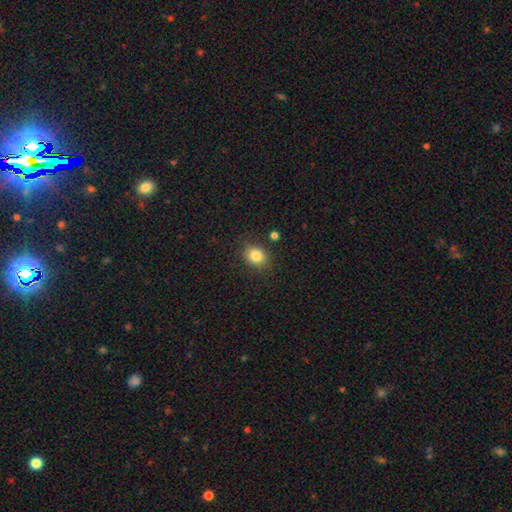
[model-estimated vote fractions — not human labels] A smooth galaxy with no disk features (83%) that is round (58%).

Vote fractions:
- Smooth or featured? smooth: 83% / star or artifact: 10% / featured or disk: 6%
- How rounded? round: 58% / in between: 41% / cigar-shaped: 1%
- Merging? none: 84% / minor disturbance: 10% / major disturbance: 3% / merger: 3%